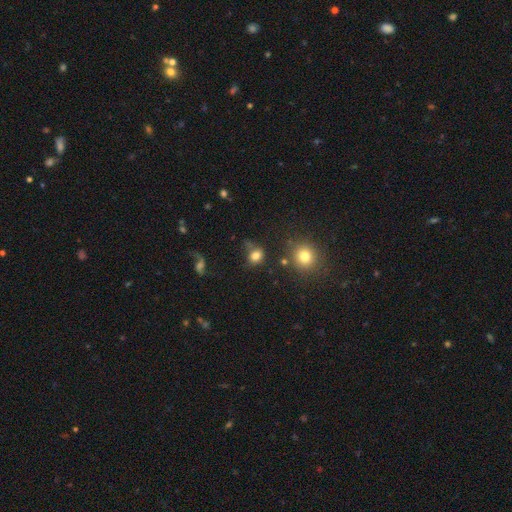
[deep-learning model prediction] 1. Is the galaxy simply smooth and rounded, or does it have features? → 79% smooth, 13% star or artifact, 8% featured or disk.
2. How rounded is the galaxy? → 63% round, 36% in between, 1% cigar-shaped.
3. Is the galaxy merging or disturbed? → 59% none, 22% minor disturbance, 11% major disturbance, 8% merger.